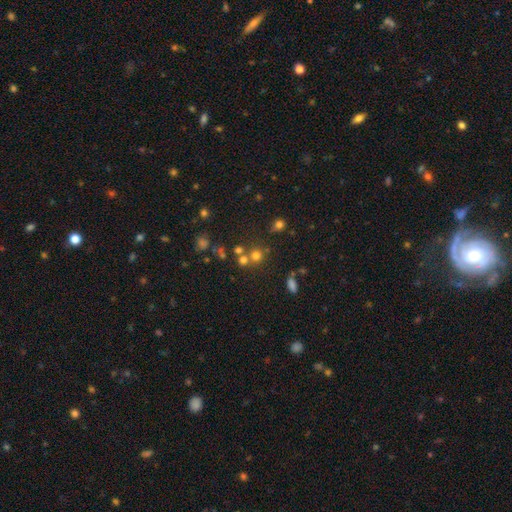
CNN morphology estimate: smooth_or_featured: smooth (p=0.66) [alt: star or artifact p=0.23]
how_rounded: round (p=0.87) [alt: in between p=0.12]
merging: none (p=0.58) [alt: merger p=0.29]